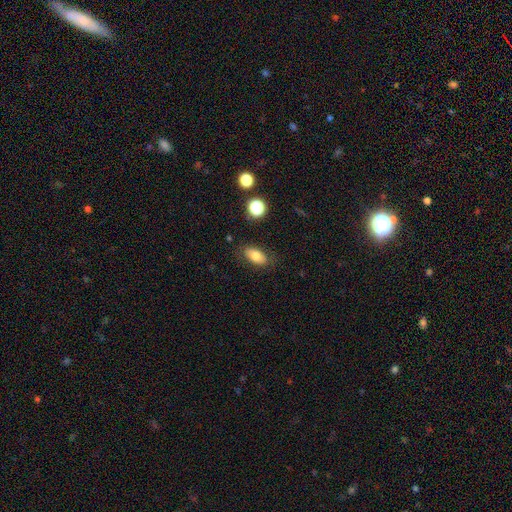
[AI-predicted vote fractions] A smooth galaxy with no disk features (76%) that is in between round and cigar-shaped (89%). Merging: none (82%).